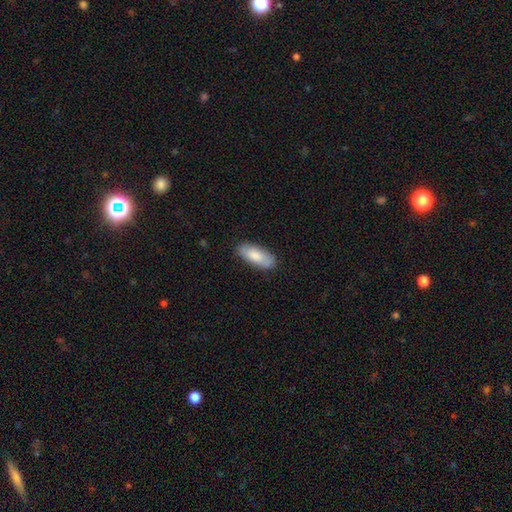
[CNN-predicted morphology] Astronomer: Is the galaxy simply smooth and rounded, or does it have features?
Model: smooth — 83%.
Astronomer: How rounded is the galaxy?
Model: in between — 82%.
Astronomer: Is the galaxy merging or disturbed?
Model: none — 82%.